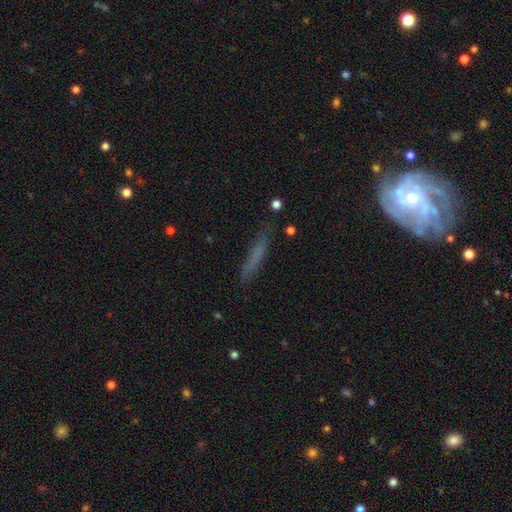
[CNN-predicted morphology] Smooth or featured? smooth (60%)
How rounded? cigar-shaped (91%)
Merging? none (79%)